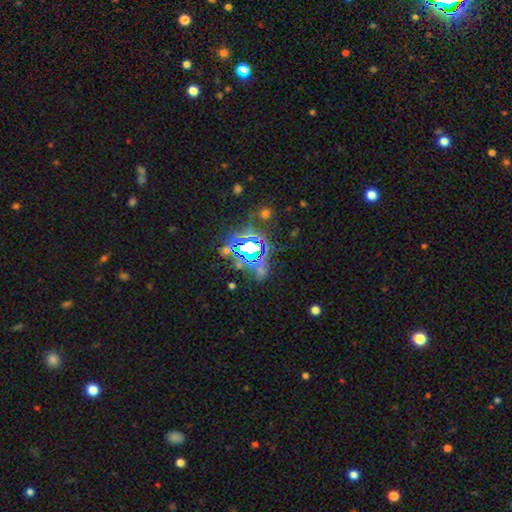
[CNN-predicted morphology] smooth_or_featured: star or artifact (p=0.79) [alt: smooth p=0.12]